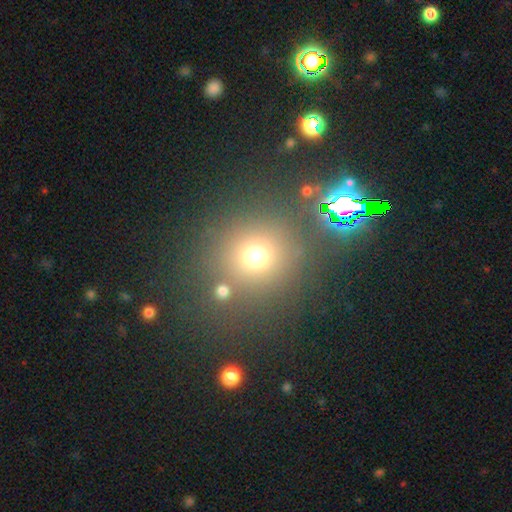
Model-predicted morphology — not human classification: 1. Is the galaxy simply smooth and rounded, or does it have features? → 67% smooth, 25% star or artifact, 8% featured or disk.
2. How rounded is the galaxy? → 91% round, 8% in between, 1% cigar-shaped.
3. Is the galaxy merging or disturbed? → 79% none, 8% merger, 8% minor disturbance, 4% major disturbance.